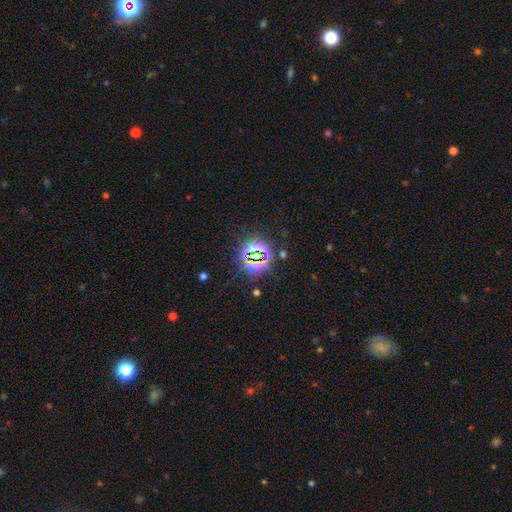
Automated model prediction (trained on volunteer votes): smooth-or-featured: star or artifact: 74% | smooth: 17% | featured or disk: 8%